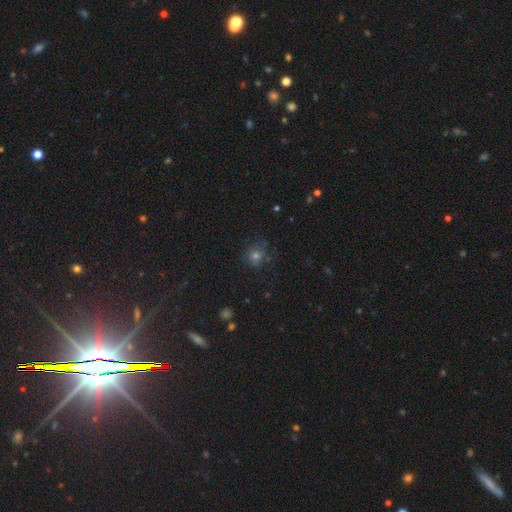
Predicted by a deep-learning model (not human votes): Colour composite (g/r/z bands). It shows a smooth galaxy with no disk features (61%) that is round (89%). Merging: none (77%).